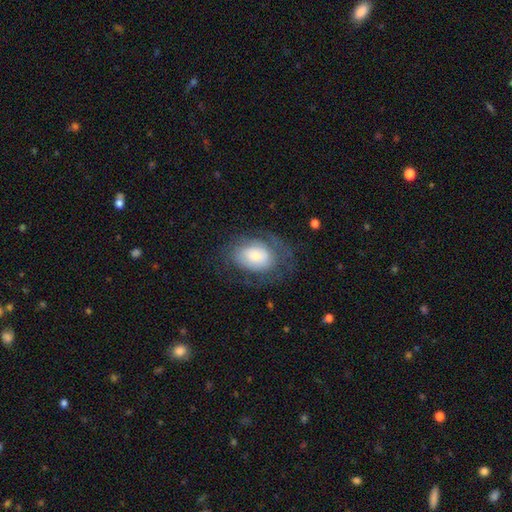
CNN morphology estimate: smooth 47%, featured or disk 46%, star or artifact 8%. Down the decision tree: merging — none (57%).